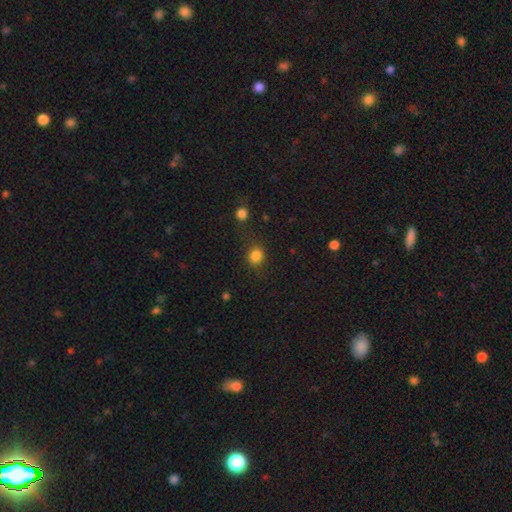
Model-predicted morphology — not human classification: A smooth galaxy with no disk features (83%) that is round (76%).

Vote fractions:
- Smooth or featured? smooth: 83% / star or artifact: 12% / featured or disk: 5%
- How rounded? round: 76% / in between: 23% / cigar-shaped: 1%
- Merging? none: 75% / minor disturbance: 14% / major disturbance: 6% / merger: 4%